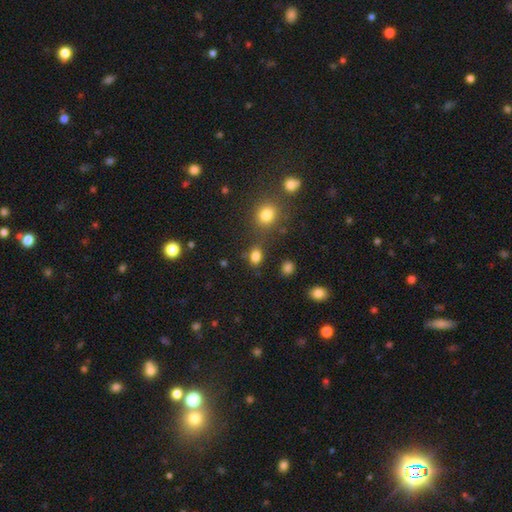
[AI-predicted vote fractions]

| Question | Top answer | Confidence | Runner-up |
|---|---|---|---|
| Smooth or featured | smooth | 81% | star or artifact (14%) |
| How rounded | in between | 69% | round (29%) |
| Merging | none | 72% | minor disturbance (14%) |